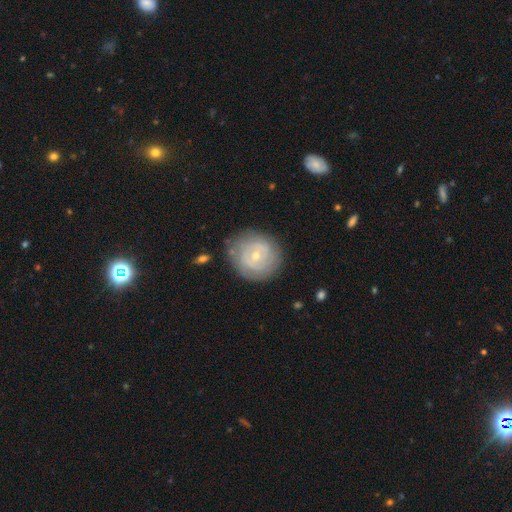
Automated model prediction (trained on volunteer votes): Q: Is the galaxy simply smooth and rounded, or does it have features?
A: featured or disk — 68%.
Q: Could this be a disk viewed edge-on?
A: no — 97%.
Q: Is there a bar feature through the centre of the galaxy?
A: no — 67%.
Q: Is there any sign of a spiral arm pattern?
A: yes — 72%.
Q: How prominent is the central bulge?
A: small — 61%.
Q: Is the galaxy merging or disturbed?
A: none — 79%.